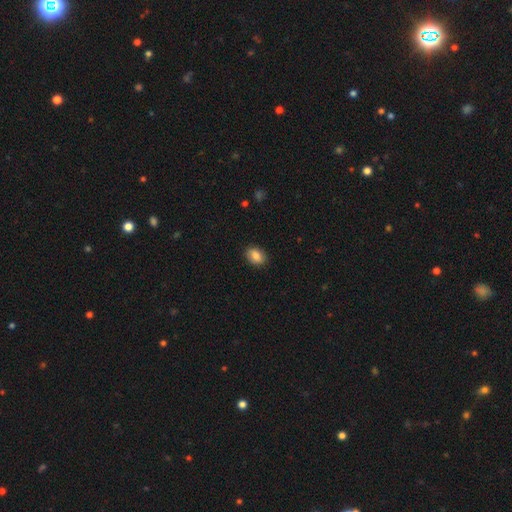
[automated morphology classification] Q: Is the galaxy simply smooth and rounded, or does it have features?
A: smooth — 87%.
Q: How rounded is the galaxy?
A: in between — 79%.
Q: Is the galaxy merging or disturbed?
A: none — 88%.